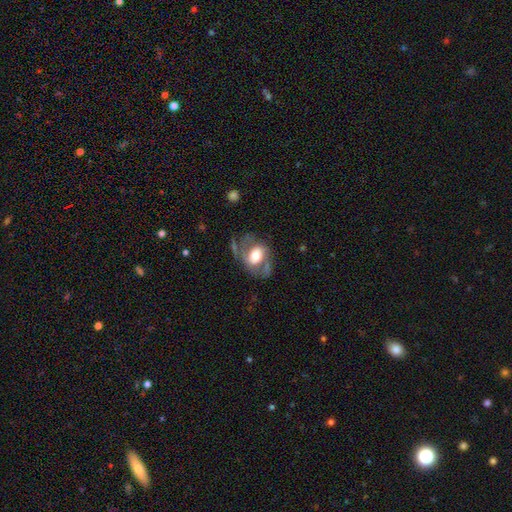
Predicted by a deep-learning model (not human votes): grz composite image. It shows a featured or disk galaxy (52%). Merging: none (46%).